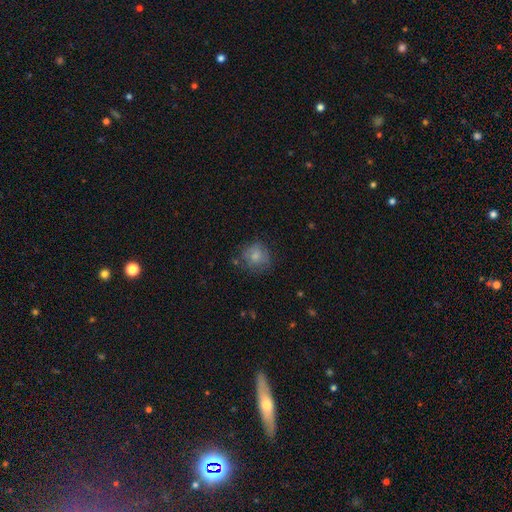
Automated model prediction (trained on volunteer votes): Smooth or featured?
  - smooth: 75% *
  - featured or disk: 16%
  - star or artifact: 9%
How rounded?
  - round: 83% *
  - in between: 16%
  - cigar-shaped: 1%
Merging?
  - none: 66% *
  - minor disturbance: 22%
  - major disturbance: 8%
  - merger: 3%